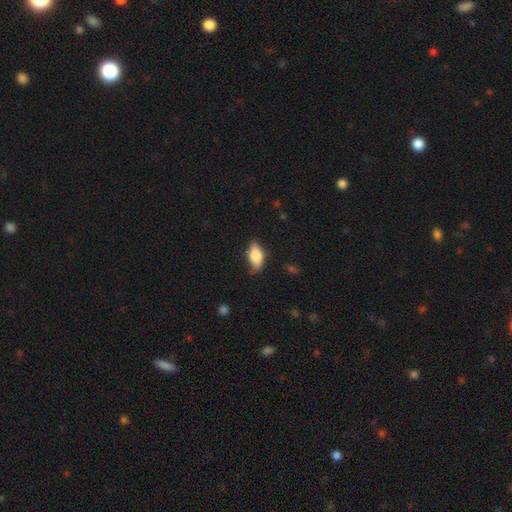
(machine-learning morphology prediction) smooth-or-featured: smooth: 75% | featured or disk: 18% | star or artifact: 7%
  how-rounded: in between: 86% | cigar-shaped: 10% | round: 4%
  merging: none: 74% | minor disturbance: 21% | major disturbance: 4% | merger: 1%